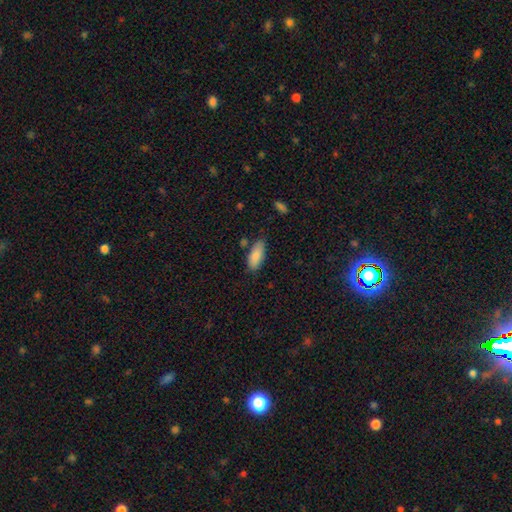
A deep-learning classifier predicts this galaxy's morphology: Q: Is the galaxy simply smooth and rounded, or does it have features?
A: smooth — 87%.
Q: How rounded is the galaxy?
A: in between — 83%.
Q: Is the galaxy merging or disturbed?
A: none — 71%.